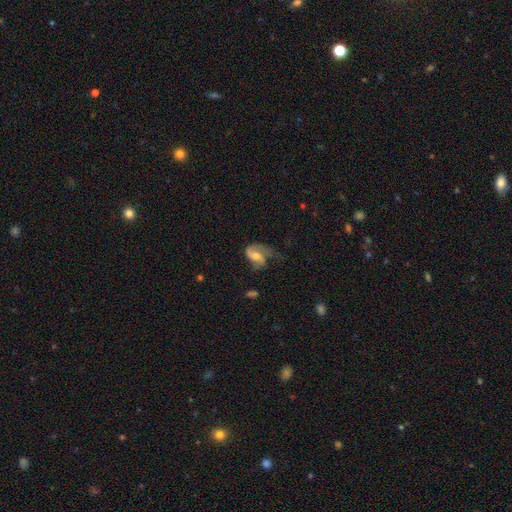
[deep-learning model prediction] Overall: featured or disk (64%; smooth 28%). Edge-on disk: no (97%). Bar: no (46%; weak 39%). Spiral arms: yes (85%). Spiral arm count: 2 (57%; 1 31%). Spiral winding: loose (49%; medium 37%). Bulge size: moderate (54%; small 27%). Merging: major disturbance (39%; none 34%).